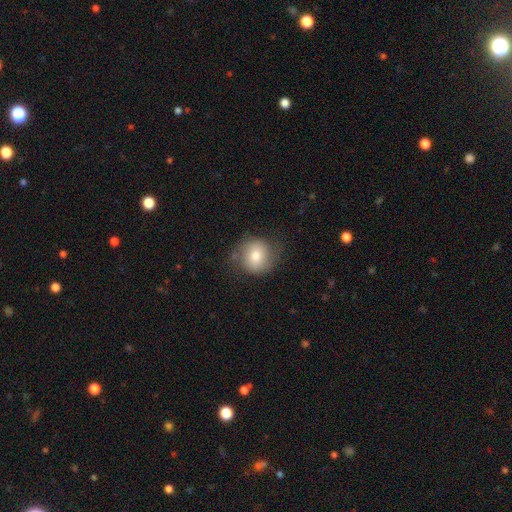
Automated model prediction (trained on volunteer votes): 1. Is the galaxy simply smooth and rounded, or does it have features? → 71% smooth, 21% featured or disk, 9% star or artifact.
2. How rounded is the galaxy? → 84% round, 15% in between, 1% cigar-shaped.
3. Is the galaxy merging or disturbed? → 70% none, 20% minor disturbance, 8% major disturbance, 2% merger.